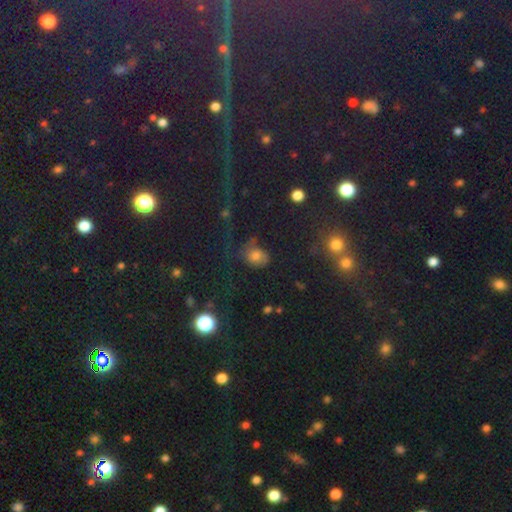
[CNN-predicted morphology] Q: Smooth or featured?
A: smooth (60%); runner-up: star or artifact (22%)
Q: How rounded?
A: round (54%); runner-up: in between (44%)
Q: Merging?
A: none (50%); runner-up: major disturbance (23%)